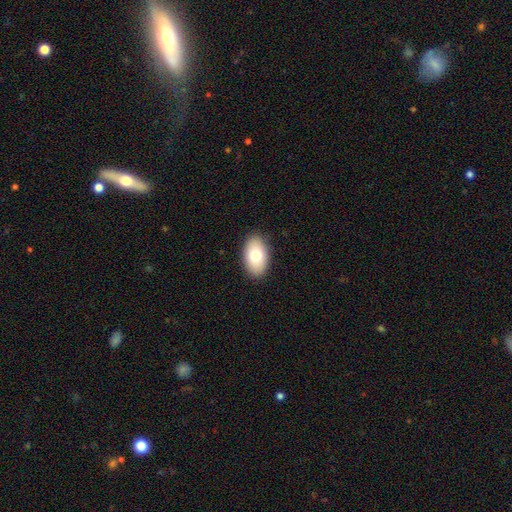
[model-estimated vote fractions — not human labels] A smooth galaxy with no disk features (76%) that is in between round and cigar-shaped (93%).

Vote fractions:
- Smooth or featured? smooth: 76% / featured or disk: 17% / star or artifact: 7%
- How rounded? in between: 93% / round: 6% / cigar-shaped: 1%
- Merging? none: 89% / minor disturbance: 8% / major disturbance: 2% / merger: 1%